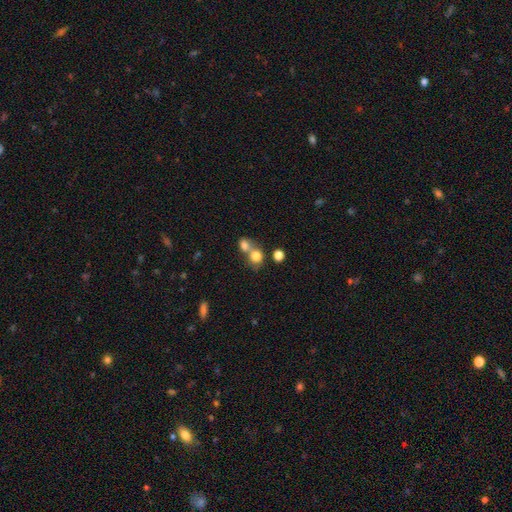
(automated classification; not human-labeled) Smooth or featured: smooth — 78% (star or artifact — 11%)
How rounded: round — 76% (in between — 23%)
Merging: merger — 57% (none — 33%)